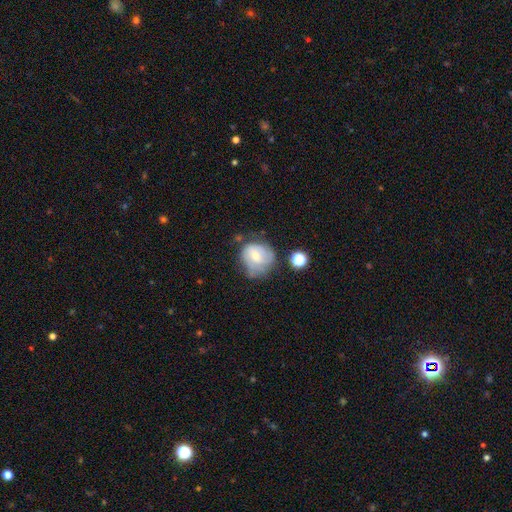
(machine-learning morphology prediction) The model was most divided on "smooth or featured": smooth: 50%, featured or disk: 40%, star or artifact: 10%. Remaining: how rounded — round (73%); merging — none (43%).